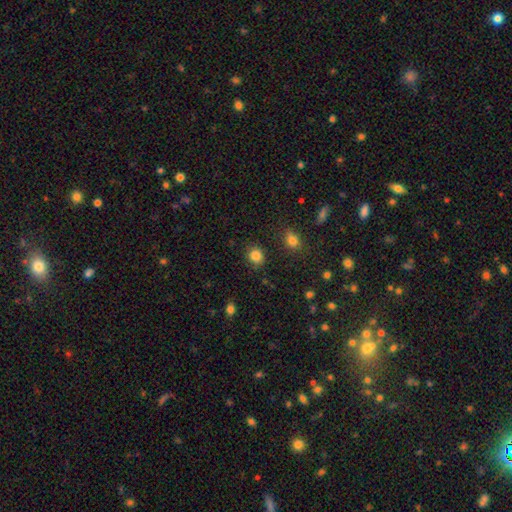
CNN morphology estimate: A smooth galaxy with no disk features (85%) that is round (74%).

Vote fractions:
- Smooth or featured? smooth: 85% / star or artifact: 11% / featured or disk: 4%
- How rounded? round: 74% / in between: 25% / cigar-shaped: 1%
- Merging? none: 85% / minor disturbance: 9% / major disturbance: 3% / merger: 2%